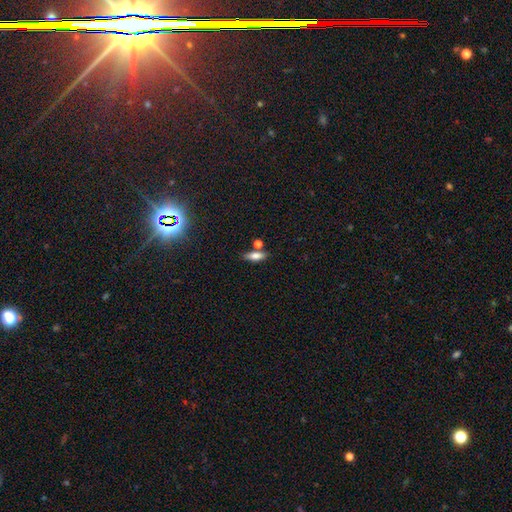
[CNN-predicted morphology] Smooth or featured? Predicted: smooth (p=0.75). How rounded? Predicted: in between (p=0.63). Merging? Predicted: none (p=0.65).